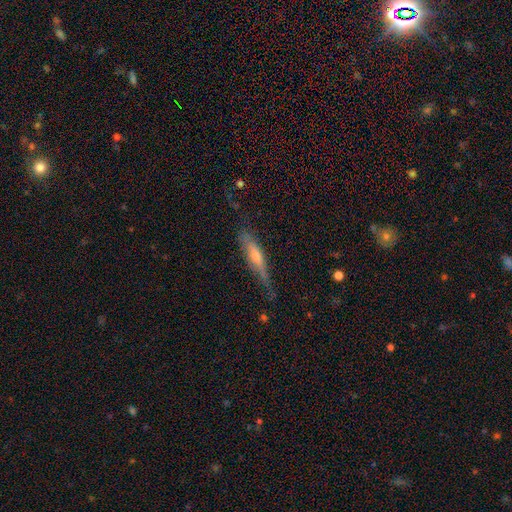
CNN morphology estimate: The model was most divided on "smooth or featured": featured or disk: 57%, smooth: 36%, star or artifact: 7%. More confident: edge-on disk — yes (90%); edge-on bulge — rounded (67%); merging — none (66%).